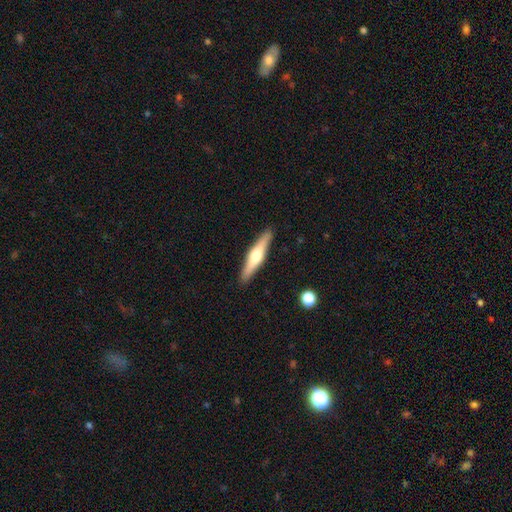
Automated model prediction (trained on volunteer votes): Q: Smooth or featured?
A: featured or disk (59%); runner-up: smooth (36%)
Q: Edge-on disk?
A: yes (96%); runner-up: no (4%)
Q: Edge-on bulge?
A: rounded (93%); runner-up: boxy (4%)
Q: Merging?
A: none (91%); runner-up: minor disturbance (7%)